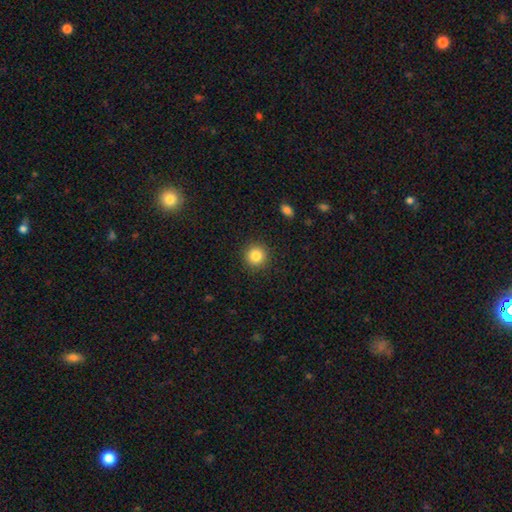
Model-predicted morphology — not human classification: smooth-or-featured: smooth: 84% | star or artifact: 10% | featured or disk: 5%
  how-rounded: round: 95% | in between: 4% | cigar-shaped: 1%
  merging: none: 92% | minor disturbance: 5% | major disturbance: 2% | merger: 1%